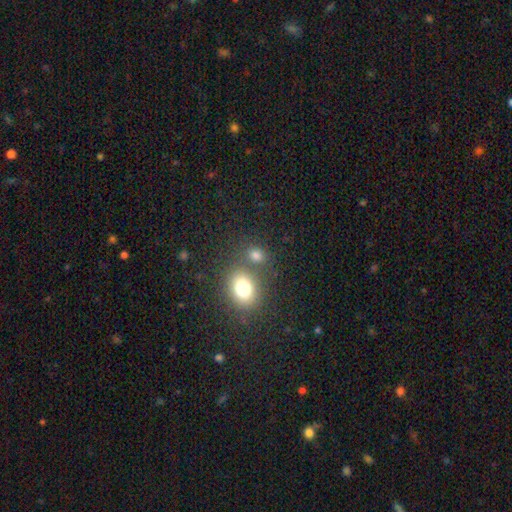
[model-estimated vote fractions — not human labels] This is likely a smooth galaxy (76%). How rounded: possibly round (57%). Merging: possibly none (59%).